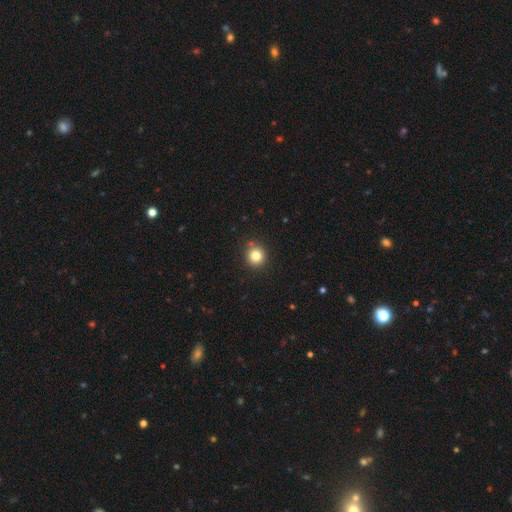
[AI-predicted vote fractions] smooth 82%, star or artifact 12%, featured or disk 6%. Down the decision tree: how rounded — round (90%); merging — none (86%).